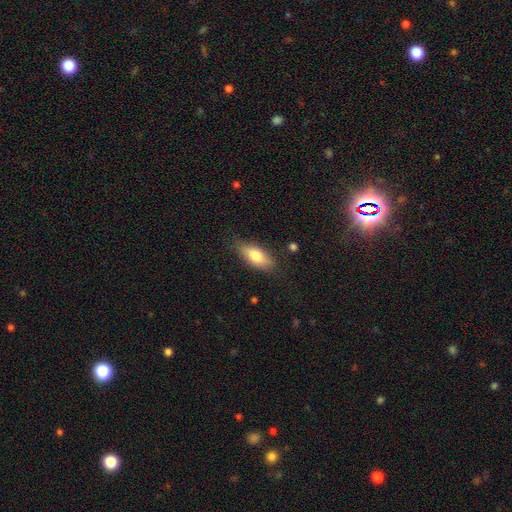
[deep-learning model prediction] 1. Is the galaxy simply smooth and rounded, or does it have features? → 72% smooth, 21% featured or disk, 7% star or artifact.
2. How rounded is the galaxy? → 76% in between, 20% cigar-shaped, 3% round.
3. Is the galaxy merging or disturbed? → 77% none, 17% minor disturbance, 4% major disturbance, 2% merger.